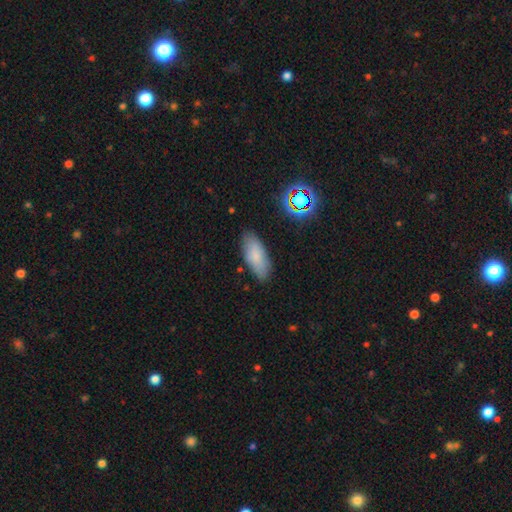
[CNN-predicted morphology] smooth 78%, featured or disk 13%, star or artifact 9%. Down the decision tree: how rounded — in between (82%); merging — none (82%).